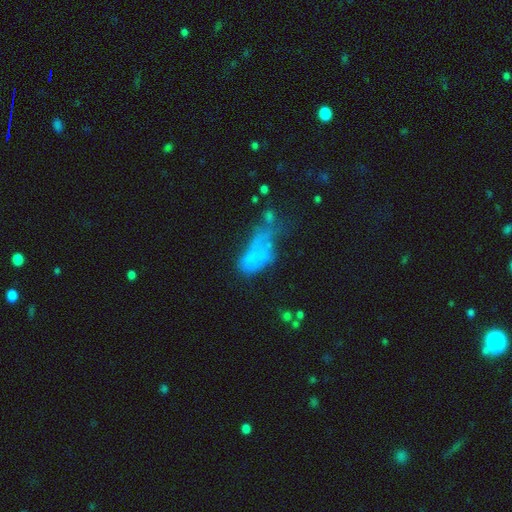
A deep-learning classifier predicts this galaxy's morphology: smooth-or-featured: smooth: 53% | featured or disk: 31% | star or artifact: 16%
  how-rounded: in between: 83% | cigar-shaped: 11% | round: 6%
  merging: major disturbance: 41% | merger: 25% | none: 17% | minor disturbance: 17%